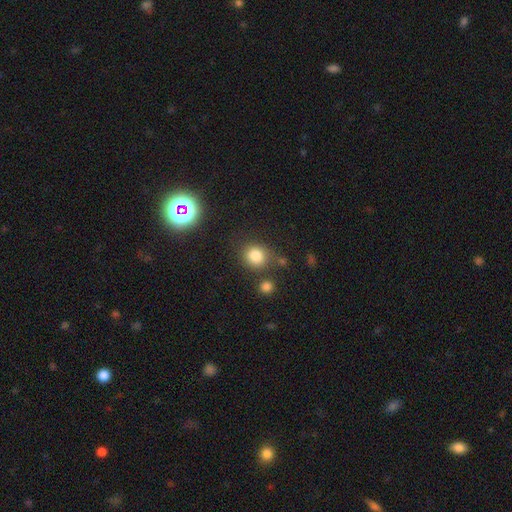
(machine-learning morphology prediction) This is clearly a smooth galaxy (81%). How rounded: clearly round (82%). Merging: likely none (74%).